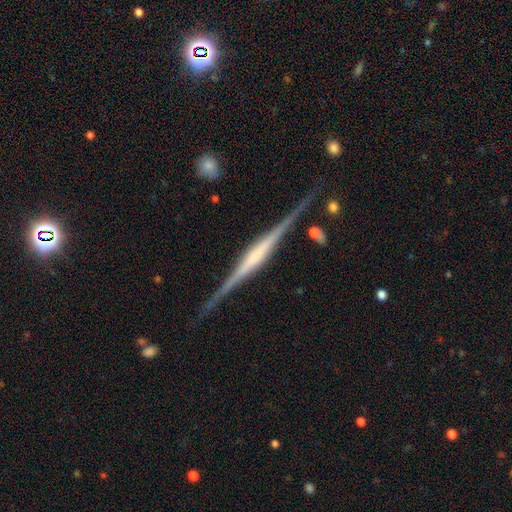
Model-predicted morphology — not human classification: Q: Smooth or featured?
A: featured or disk (85%); runner-up: smooth (9%)
Q: Edge-on disk?
A: yes (98%); runner-up: no (2%)
Q: Edge-on bulge?
A: boxy (42%); runner-up: rounded (39%)
Q: Merging?
A: none (85%); runner-up: minor disturbance (11%)